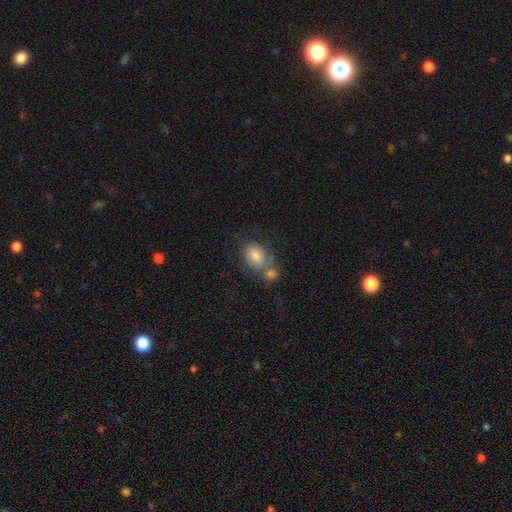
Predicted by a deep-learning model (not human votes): Smooth or featured?
  - smooth: 65% *
  - featured or disk: 25%
  - star or artifact: 10%
How rounded?
  - in between: 72% *
  - round: 27%
  - cigar-shaped: 1%
Merging?
  - none: 40% *
  - merger: 36%
  - minor disturbance: 16%
  - major disturbance: 8%